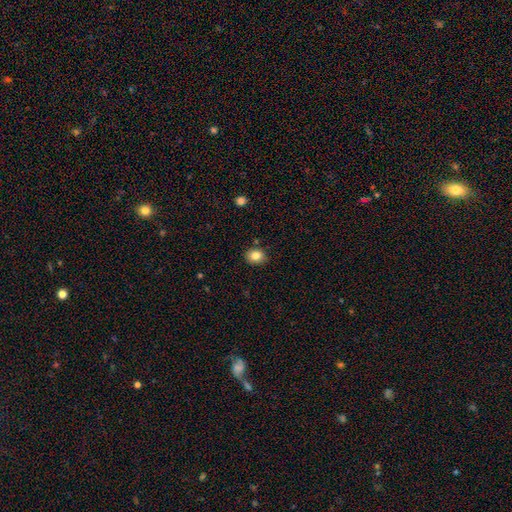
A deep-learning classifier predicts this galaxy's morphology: The model was most divided on "how rounded": round: 56%, in between: 43%, cigar-shaped: 1%. More confident: merging — none (86%); smooth or featured — smooth (83%).